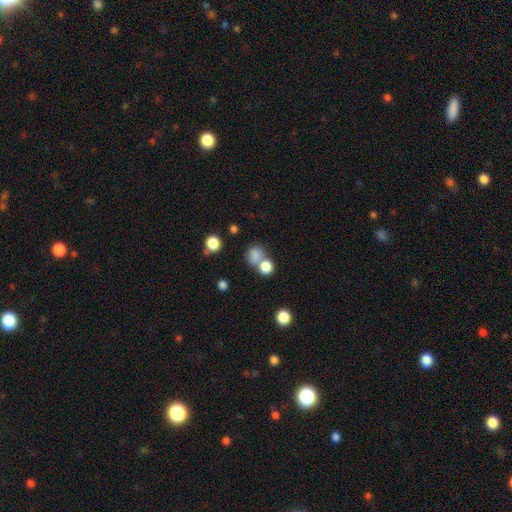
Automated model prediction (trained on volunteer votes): Q: Smooth or featured?
A: smooth (79%); runner-up: star or artifact (13%)
Q: How rounded?
A: round (72%); runner-up: in between (27%)
Q: Merging?
A: none (44%); runner-up: merger (42%)